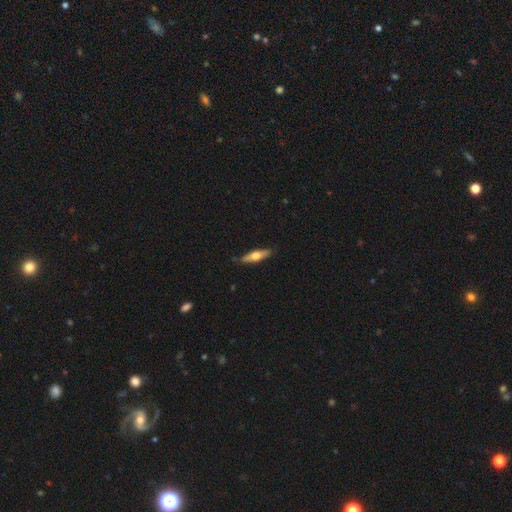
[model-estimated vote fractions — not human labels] Smooth or featured?
  - featured or disk: 48% *
  - smooth: 47%
  - star or artifact: 5%
Merging?
  - none: 86% *
  - minor disturbance: 11%
  - major disturbance: 2%
  - merger: 1%